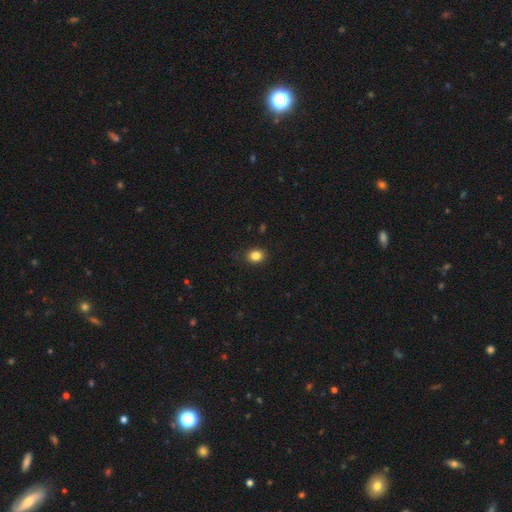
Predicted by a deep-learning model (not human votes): Q: Smooth or featured?
A: smooth (84%); runner-up: star or artifact (11%)
Q: How rounded?
A: round (56%); runner-up: in between (43%)
Q: Merging?
A: none (86%); runner-up: minor disturbance (10%)